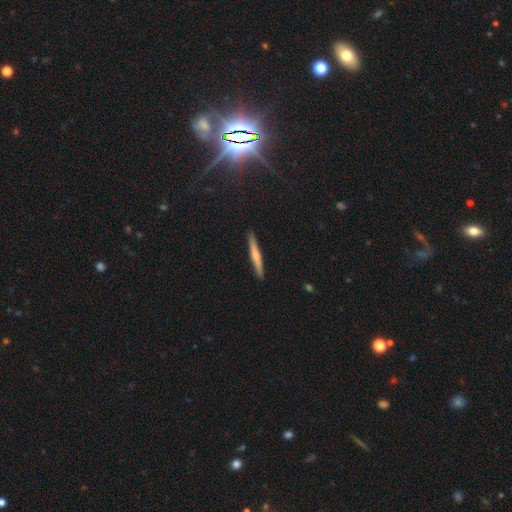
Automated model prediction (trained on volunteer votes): smooth 49%, featured or disk 45%, star or artifact 6%. Down the decision tree: merging — none (91%).